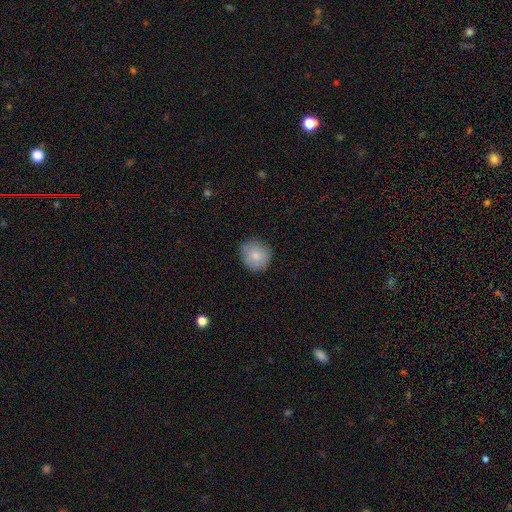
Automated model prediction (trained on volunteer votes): smooth_or_featured: smooth (p=0.80) [alt: featured or disk p=0.13]
how_rounded: round (p=0.90) [alt: in between p=0.09]
merging: none (p=0.82) [alt: minor disturbance p=0.14]